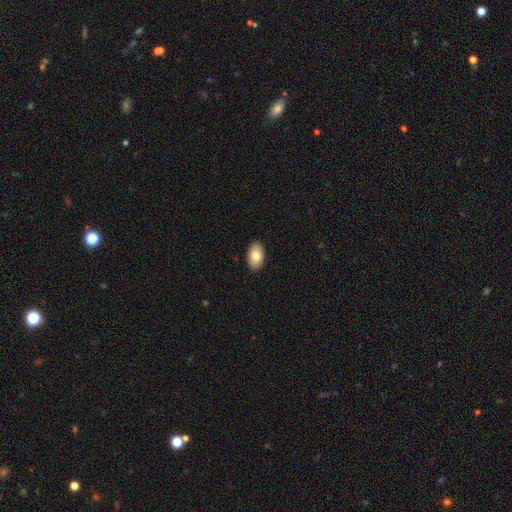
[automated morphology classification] type=smooth (78%); roundness=in between (93%); merging=none (90%).